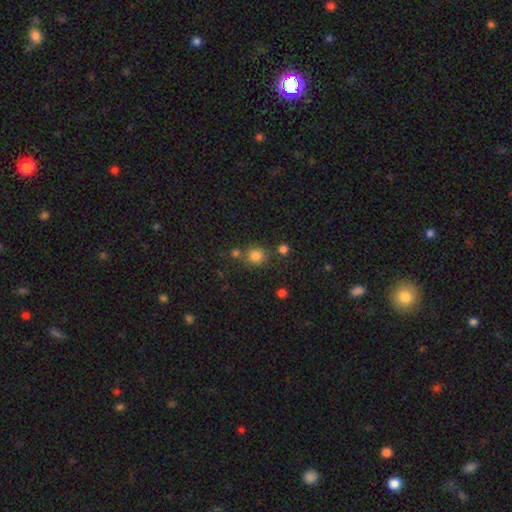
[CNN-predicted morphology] smooth_or_featured: smooth (p=0.81) [alt: star or artifact p=0.13]
how_rounded: round (p=0.82) [alt: in between p=0.17]
merging: none (p=0.69) [alt: merger p=0.15]